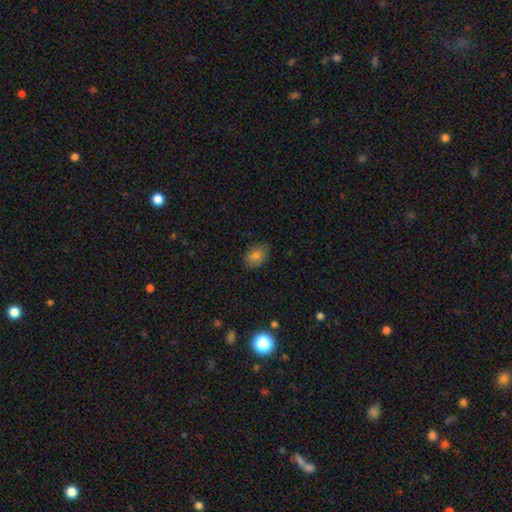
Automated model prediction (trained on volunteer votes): A smooth galaxy with no disk features (80%) that is in between round and cigar-shaped (77%).

Vote fractions:
- Smooth or featured? smooth: 80% / star or artifact: 11% / featured or disk: 9%
- How rounded? in between: 77% / round: 22% / cigar-shaped: 1%
- Merging? none: 84% / minor disturbance: 12% / major disturbance: 2% / merger: 1%